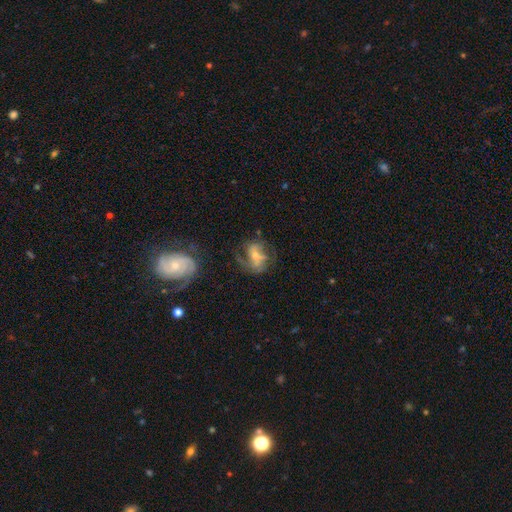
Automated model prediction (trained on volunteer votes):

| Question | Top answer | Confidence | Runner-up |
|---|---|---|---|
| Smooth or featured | featured or disk | 70% | smooth (21%) |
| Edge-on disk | no | 97% | yes (3%) |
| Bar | weak | 41% | no (36%) |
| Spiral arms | yes | 84% | no (16%) |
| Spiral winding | medium | 45% | loose (33%) |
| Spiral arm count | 2 | 54% | can't tell (20%) |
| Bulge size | small | 54% | moderate (38%) |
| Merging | none | 50% | major disturbance (25%) |